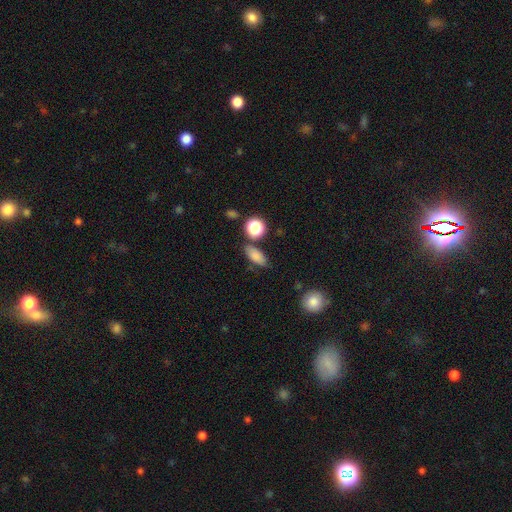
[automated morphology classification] type=smooth (80%); roundness=in between (77%); merging=none (72%).